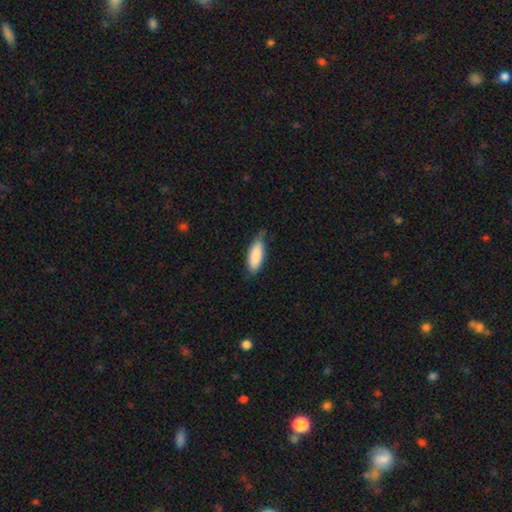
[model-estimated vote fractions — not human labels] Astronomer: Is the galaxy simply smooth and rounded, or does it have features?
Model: smooth — 86%.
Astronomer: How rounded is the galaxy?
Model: in between — 72%.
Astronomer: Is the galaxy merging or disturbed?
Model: none — 56% (runner-up: minor disturbance, 36%).